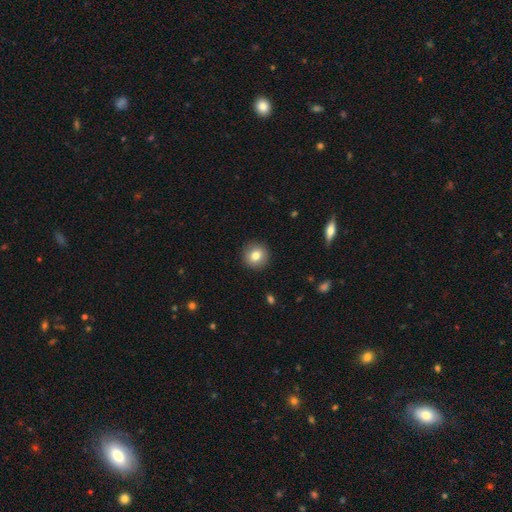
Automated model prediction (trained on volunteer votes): Morphology: type=smooth (80%); roundness=round (93%); merging=none (91%).